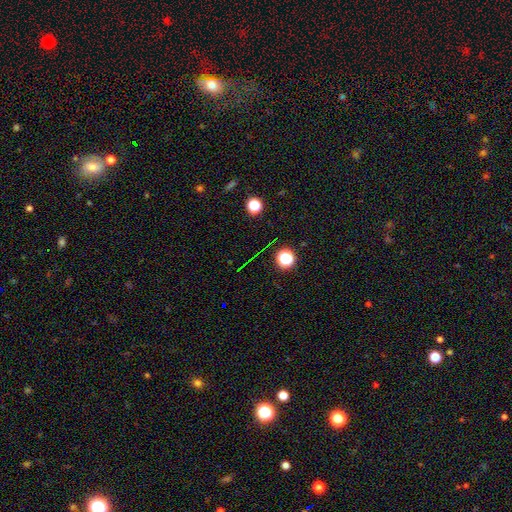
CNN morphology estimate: type=star or artifact (67%).